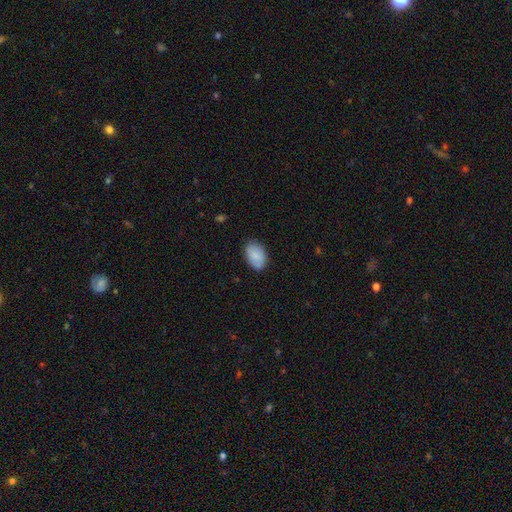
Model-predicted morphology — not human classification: Q: Smooth or featured?
A: smooth (87%); runner-up: featured or disk (7%)
Q: How rounded?
A: in between (90%); runner-up: round (9%)
Q: Merging?
A: none (83%); runner-up: minor disturbance (14%)